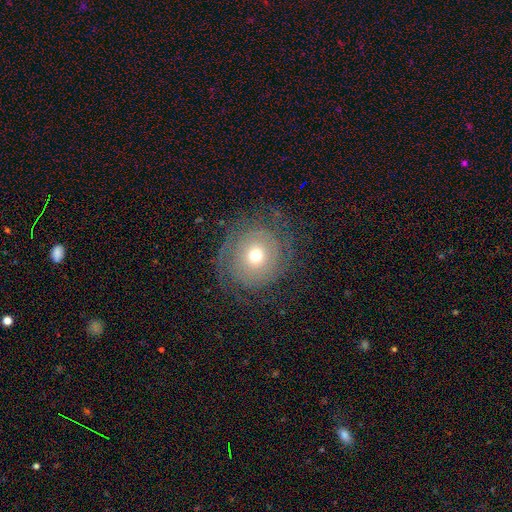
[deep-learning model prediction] This is possibly a featured or disk galaxy (51%). It is clearly not viewed edge-on (96%). Merging: likely none (71%).